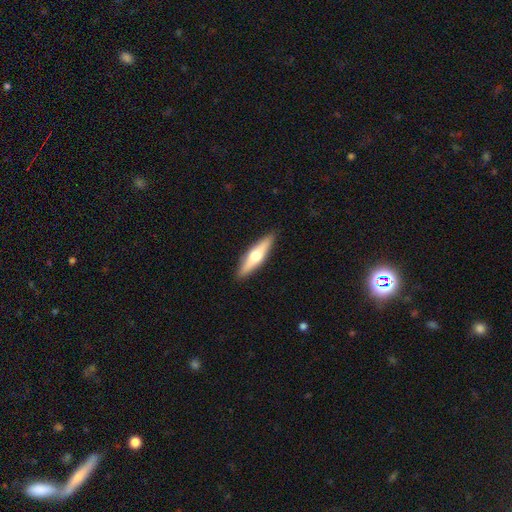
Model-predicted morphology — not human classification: This appears to be a featured or disk galaxy (54%) viewed edge-on (94%) with a rounded central bulge (93%). Merging: none (90%).